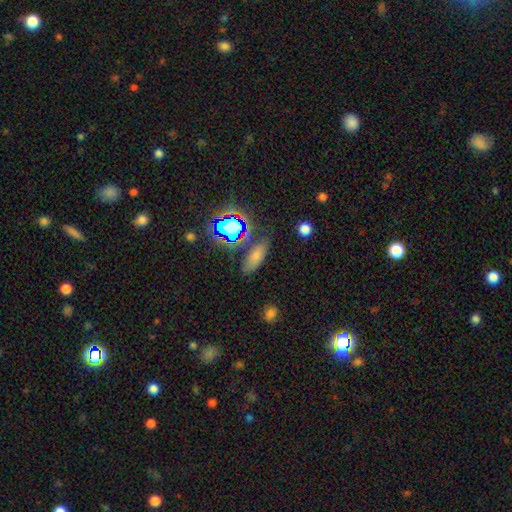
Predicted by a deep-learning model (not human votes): Smooth or featured?
  - smooth: 69% *
  - star or artifact: 19%
  - featured or disk: 12%
How rounded?
  - in between: 75% *
  - cigar-shaped: 20%
  - round: 5%
Merging?
  - none: 76% *
  - minor disturbance: 14%
  - major disturbance: 5%
  - merger: 5%